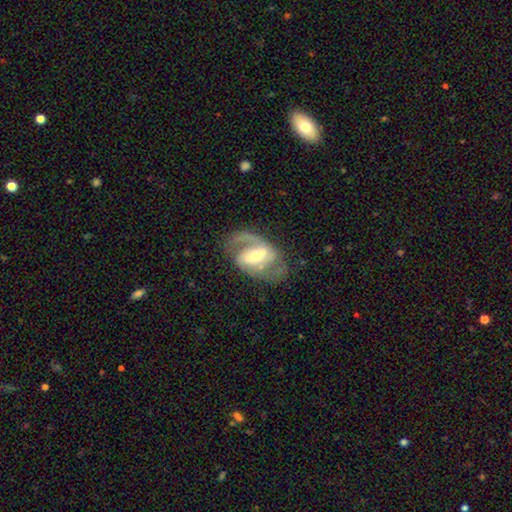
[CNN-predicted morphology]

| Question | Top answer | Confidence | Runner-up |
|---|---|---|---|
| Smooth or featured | featured or disk | 85% | smooth (10%) |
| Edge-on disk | no | 96% | yes (4%) |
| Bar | weak | 40% | tied: strong (40%) |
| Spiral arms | yes | 93% | no (7%) |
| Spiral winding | medium | 54% | loose (26%) |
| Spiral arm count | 2 | 82% | 1 (9%) |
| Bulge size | moderate | 55% | small (37%) |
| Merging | none | 67% | minor disturbance (17%) |